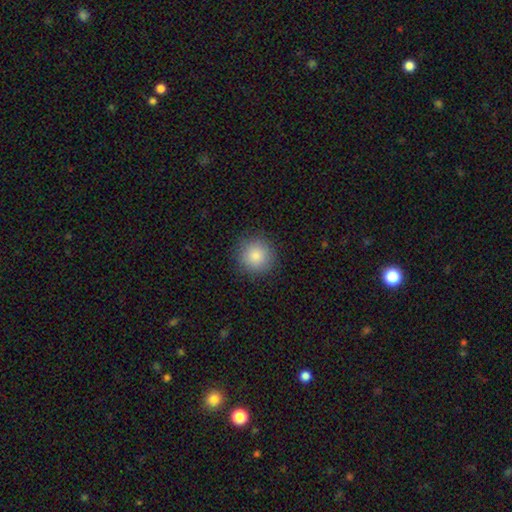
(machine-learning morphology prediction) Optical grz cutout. It shows a smooth galaxy with no disk features (85%) that is round (94%). Merging: none (89%).